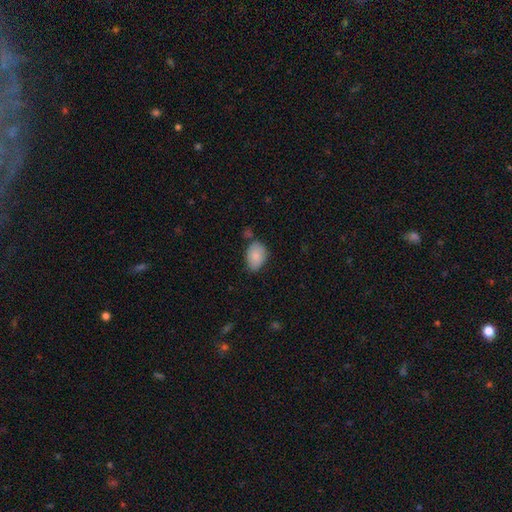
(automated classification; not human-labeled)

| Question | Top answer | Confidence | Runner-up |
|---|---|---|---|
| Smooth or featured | smooth | 85% | featured or disk (9%) |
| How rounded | in between | 83% | round (16%) |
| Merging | none | 64% | minor disturbance (25%) |